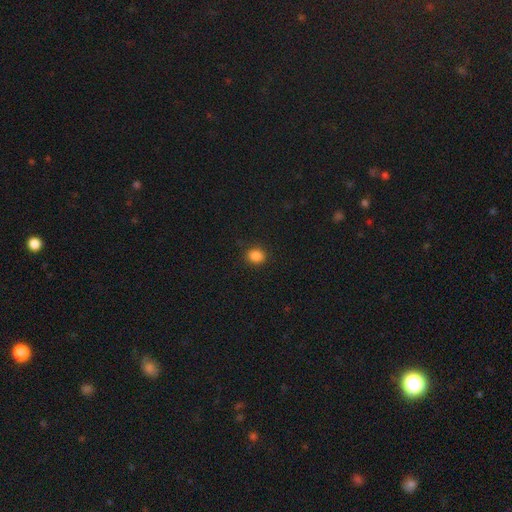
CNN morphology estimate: Overall: smooth (85%). How rounded: round (63%; in between 36%). Merging: none (88%).